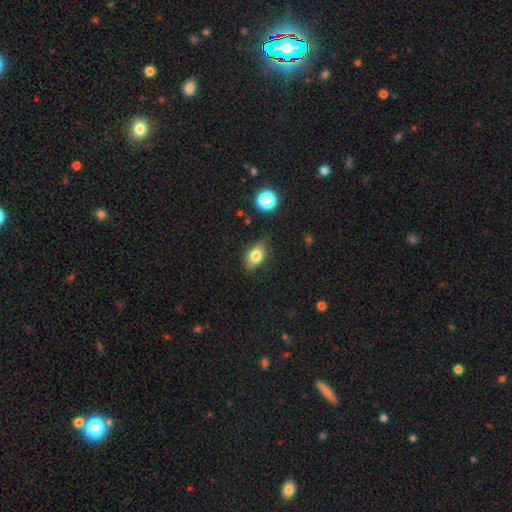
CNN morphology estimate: type=smooth (74%); roundness=in between (81%); merging=none (78%).